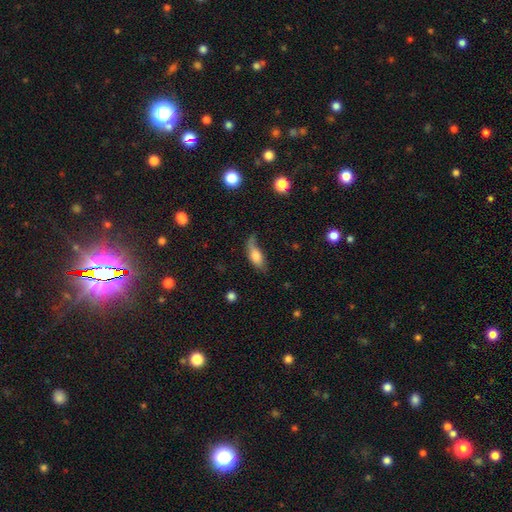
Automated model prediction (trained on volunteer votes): Morphology: type=smooth (72%); roundness=in between (78%); merging=none (37%).